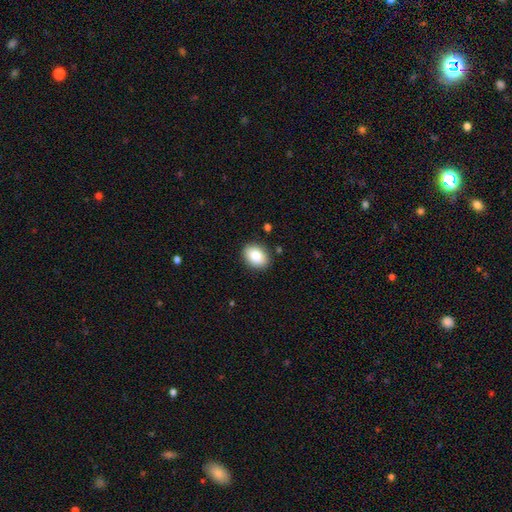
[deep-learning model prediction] Morphology: type=smooth (84%); roundness=in between (74%); merging=none (88%).